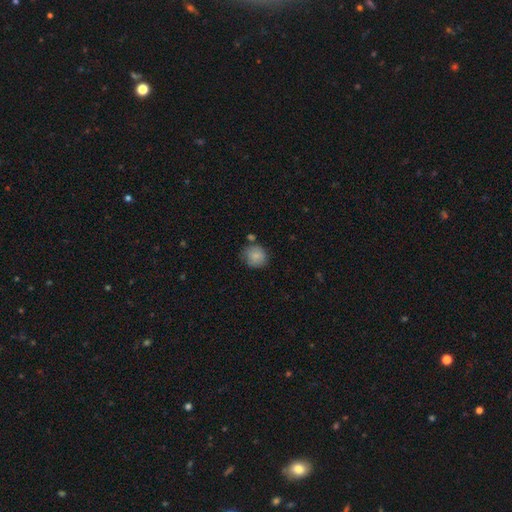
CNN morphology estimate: A smooth galaxy with no disk features (85%) that is round (83%).

Vote fractions:
- Smooth or featured? smooth: 85% / star or artifact: 8% / featured or disk: 7%
- How rounded? round: 83% / in between: 16% / cigar-shaped: 1%
- Merging? none: 70% / minor disturbance: 18% / merger: 7% / major disturbance: 5%